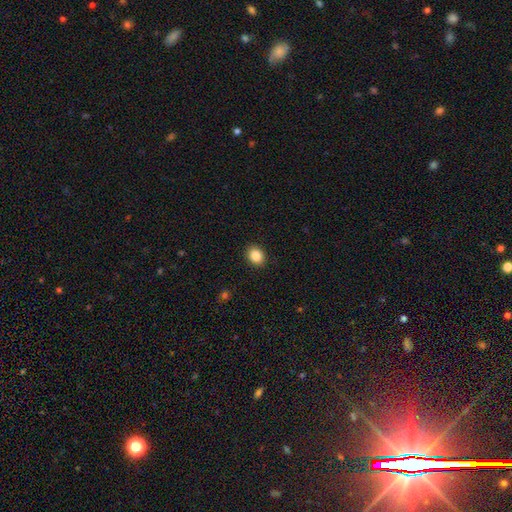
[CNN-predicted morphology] Smooth or featured? Predicted: smooth (p=0.86). How rounded? Predicted: round (p=0.52). Merging? Predicted: none (p=0.91).